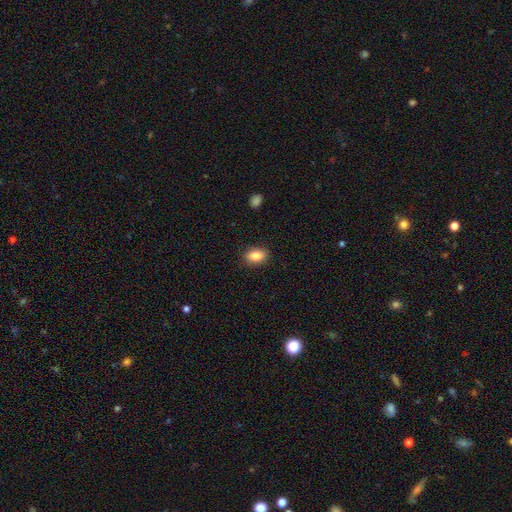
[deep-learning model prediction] Morphology: type=smooth (85%); roundness=in between (85%); merging=none (88%).